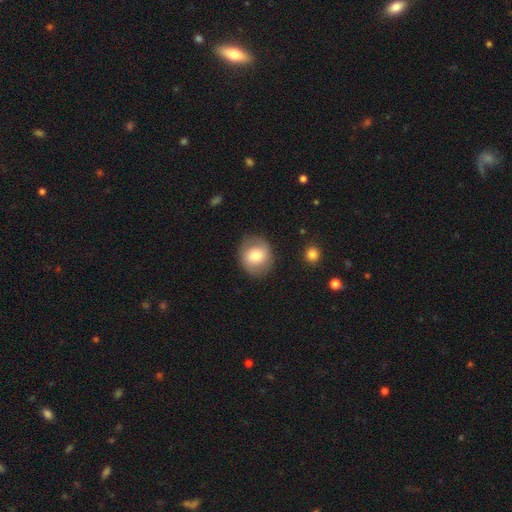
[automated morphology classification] Smooth or featured? smooth (67%)
How rounded? round (75%)
Merging? none (83%)